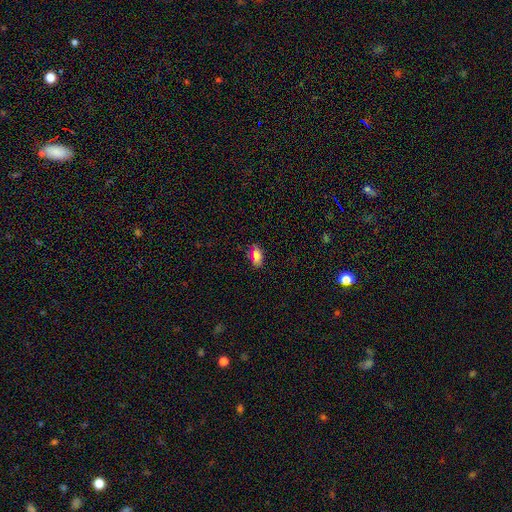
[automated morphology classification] This appears to be a smooth galaxy with no disk features (78%) that is in between round and cigar-shaped (88%). Merging: none (77%).